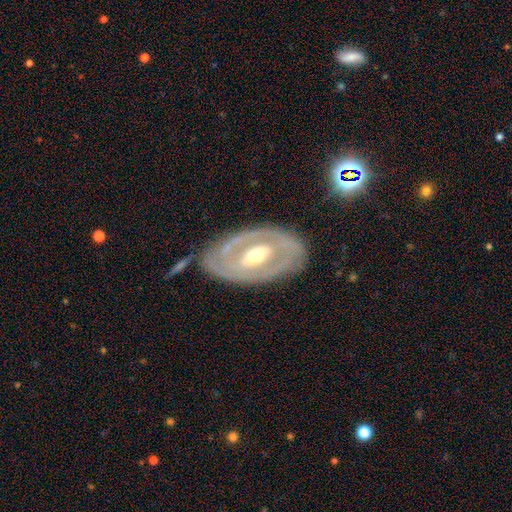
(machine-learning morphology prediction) smooth_or_featured: featured or disk (p=0.79) [alt: smooth p=0.17]
disk_edge_on: no (p=0.92) [alt: yes p=0.08]
bar: weak (p=0.36) [alt: strong p=0.33]
has_spiral_arms: yes (p=0.54) [alt: no p=0.46]
bulge_size: moderate (p=0.68) [alt: small p=0.24]
merging: none (p=0.77) [alt: minor disturbance p=0.14]